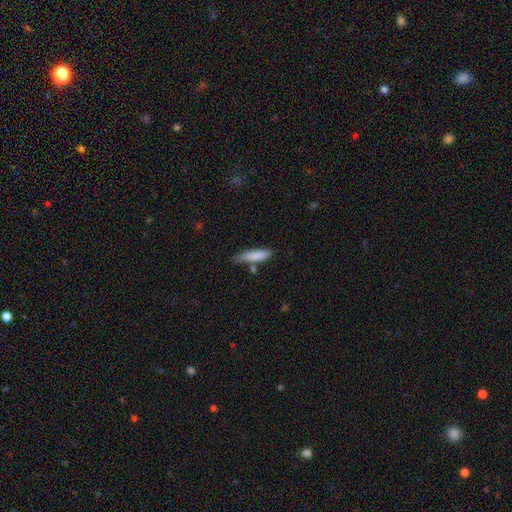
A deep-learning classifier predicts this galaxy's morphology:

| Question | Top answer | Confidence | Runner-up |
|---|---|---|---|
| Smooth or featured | smooth | 83% | featured or disk (11%) |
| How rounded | cigar-shaped | 75% | in between (24%) |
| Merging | none | 65% | minor disturbance (23%) |